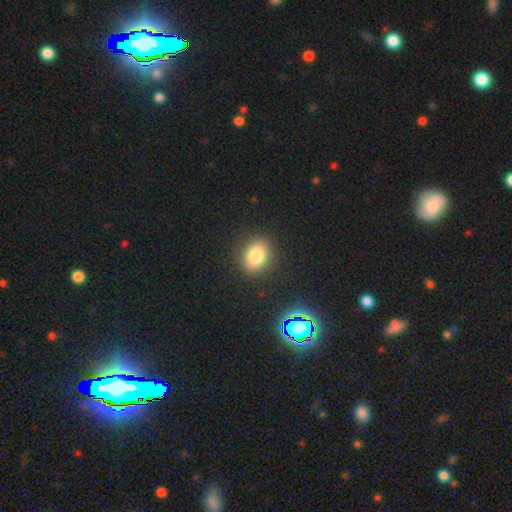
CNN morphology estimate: Q: Smooth or featured?
A: smooth (79%); runner-up: star or artifact (13%)
Q: How rounded?
A: in between (55%); runner-up: round (44%)
Q: Merging?
A: none (87%); runner-up: minor disturbance (9%)